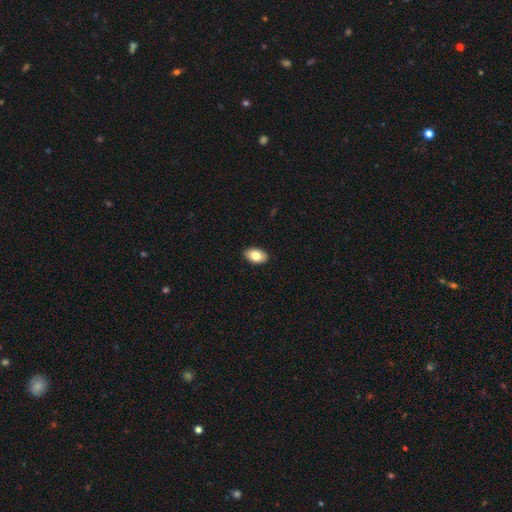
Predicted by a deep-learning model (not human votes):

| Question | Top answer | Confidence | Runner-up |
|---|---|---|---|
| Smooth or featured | smooth | 82% | featured or disk (11%) |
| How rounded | in between | 91% | round (7%) |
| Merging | none | 90% | minor disturbance (7%) |